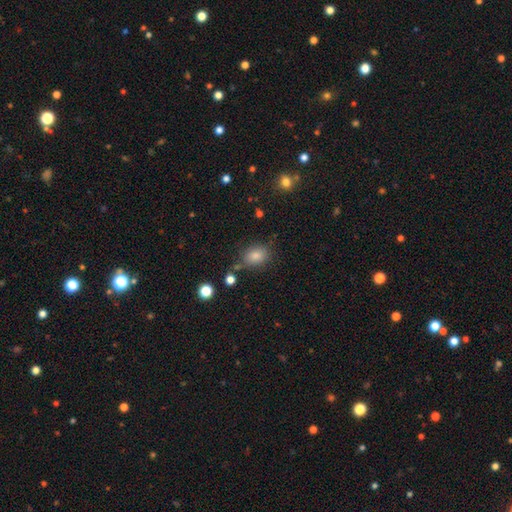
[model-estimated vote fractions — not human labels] Q: Smooth or featured?
A: smooth (83%); runner-up: star or artifact (10%)
Q: How rounded?
A: in between (71%); runner-up: round (28%)
Q: Merging?
A: none (70%); runner-up: minor disturbance (19%)